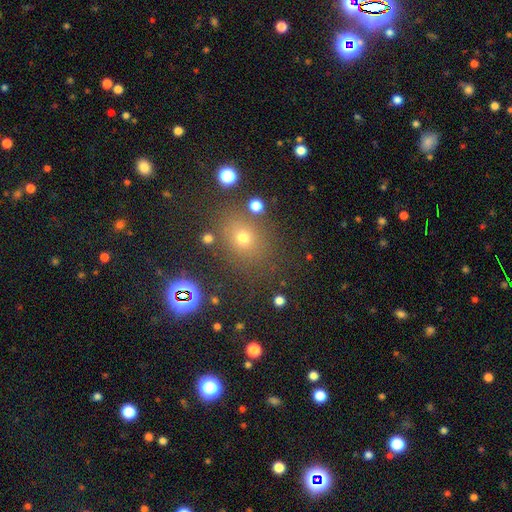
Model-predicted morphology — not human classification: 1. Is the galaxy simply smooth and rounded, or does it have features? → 50% star or artifact, 40% smooth, 10% featured or disk.